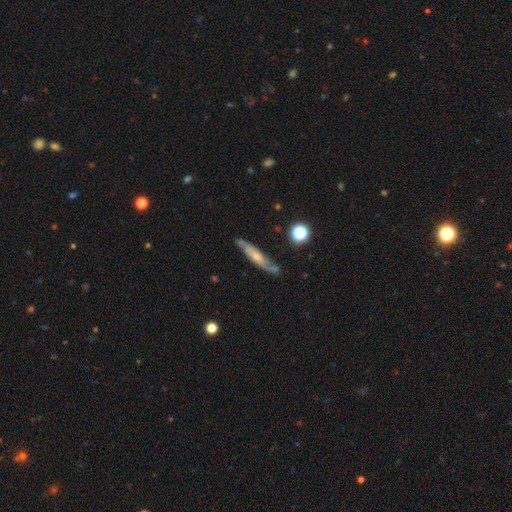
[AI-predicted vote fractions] featured or disk 58%, smooth 35%, star or artifact 7%. Down the decision tree: edge-on disk — no (51%); merging — none (71%).